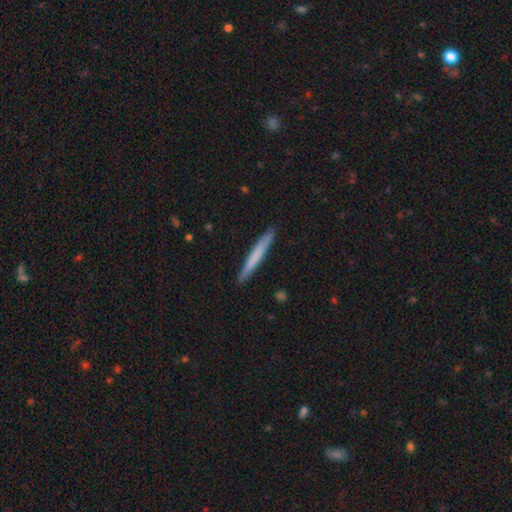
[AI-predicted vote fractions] The model was most divided on "smooth or featured": smooth: 68%, featured or disk: 27%, star or artifact: 5%. More confident: how rounded — cigar-shaped (97%); merging — none (92%).